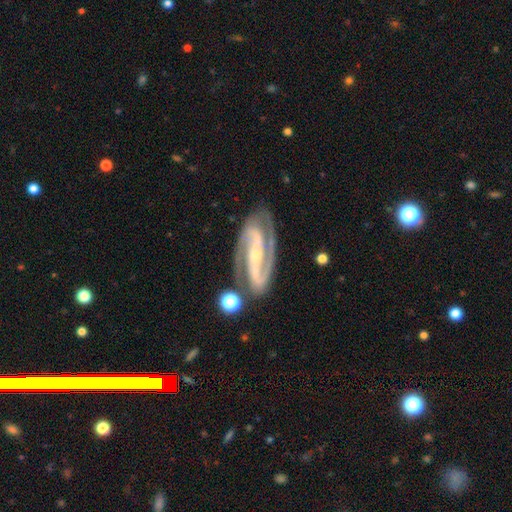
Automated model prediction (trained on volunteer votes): Morphology: type=featured or disk (92%); edge-on=no (95%); bar=strong (62%); spiral arms=yes (98%); winding=medium (48%); arm count=2 (92%); bulge=small (67%); merging=none (80%).